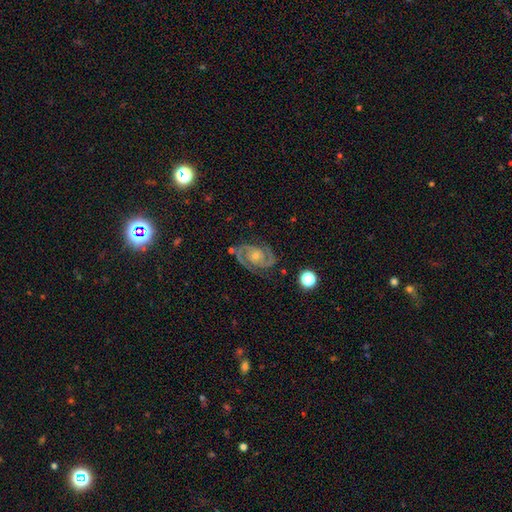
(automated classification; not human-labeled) This is clearly a featured or disk galaxy (89%). It is clearly not viewed edge-on (98%). Bar: likely no (65%). Spiral arm pattern: clearly yes (98%). Spiral arm count: clearly 2 (92%). Spiral winding: possibly tight (55%). Central bulge: possibly small (52%). Merging: clearly none (82%).